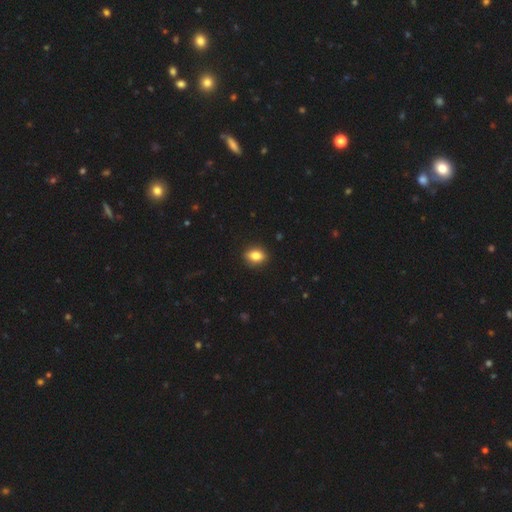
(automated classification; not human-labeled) Smooth or featured?
  - smooth: 83% *
  - star or artifact: 9%
  - featured or disk: 7%
How rounded?
  - in between: 61% *
  - round: 37%
  - cigar-shaped: 2%
Merging?
  - none: 90% *
  - minor disturbance: 7%
  - major disturbance: 2%
  - merger: 1%